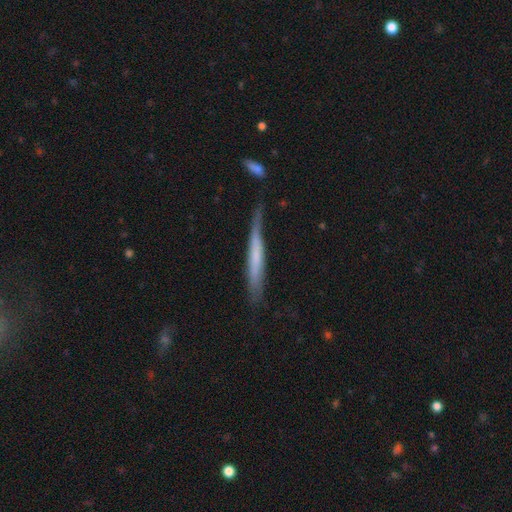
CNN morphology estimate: Overall: smooth (49%; featured or disk 45%). Merging: none (61%; minor disturbance 26%).